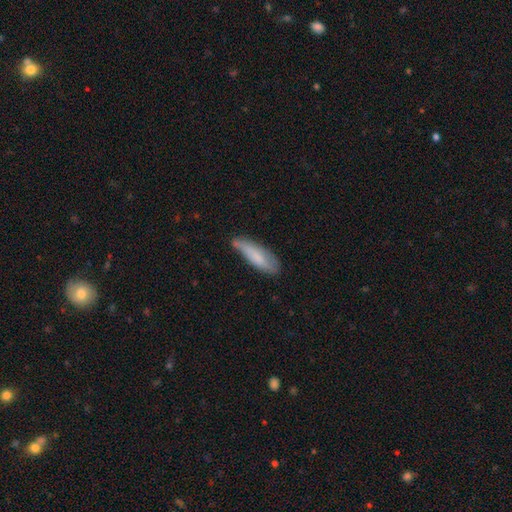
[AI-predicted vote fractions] smooth_or_featured: smooth (p=0.74) [alt: featured or disk p=0.20]
how_rounded: cigar-shaped (p=0.53) [alt: in between p=0.46]
merging: none (p=0.55) [alt: minor disturbance p=0.34]